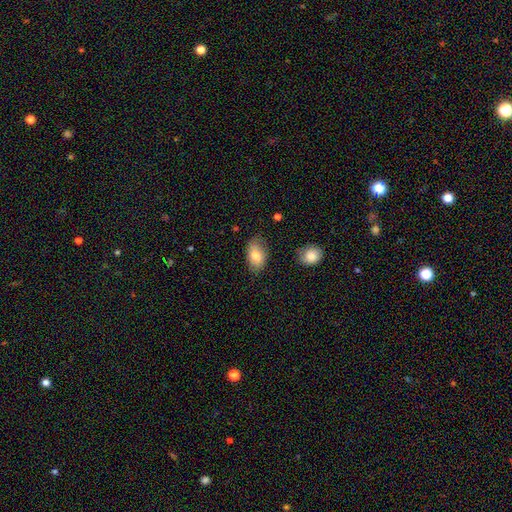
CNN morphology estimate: Overall: smooth (79%). How rounded: in between (91%). Merging: none (72%).